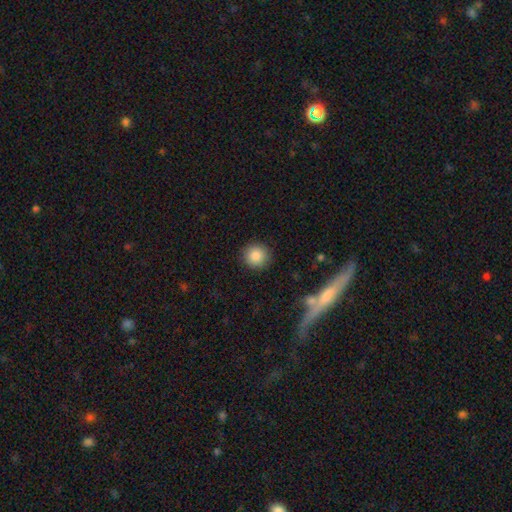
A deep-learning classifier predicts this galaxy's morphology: smooth 86%, star or artifact 9%, featured or disk 5%. Down the decision tree: how rounded — round (94%); merging — none (90%).